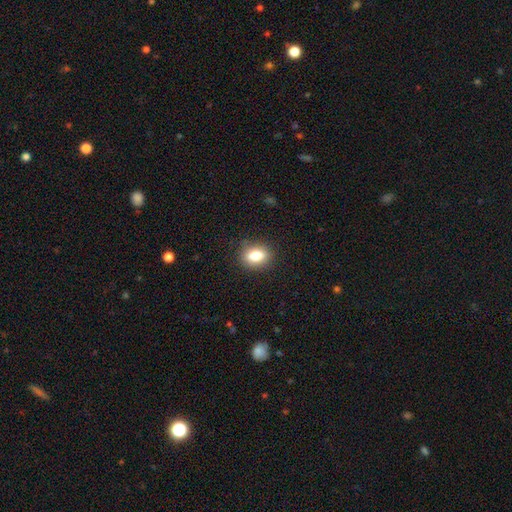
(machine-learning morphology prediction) This appears to be a smooth galaxy with no disk features (80%) that is in between round and cigar-shaped (68%). Merging: none (87%).